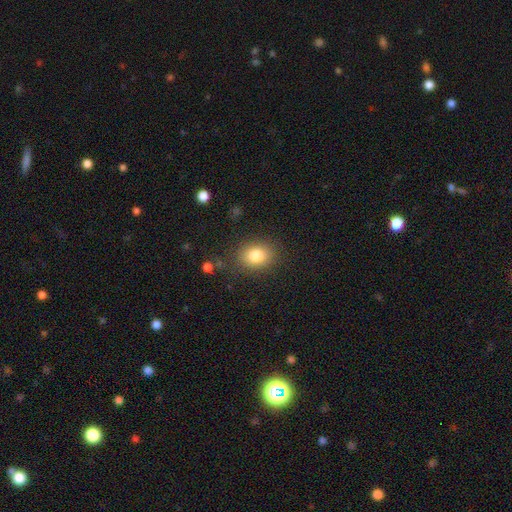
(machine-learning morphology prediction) Smooth or featured: smooth — 81% (star or artifact — 10%)
How rounded: in between — 55% (round — 44%)
Merging: none — 83% (minor disturbance — 11%)